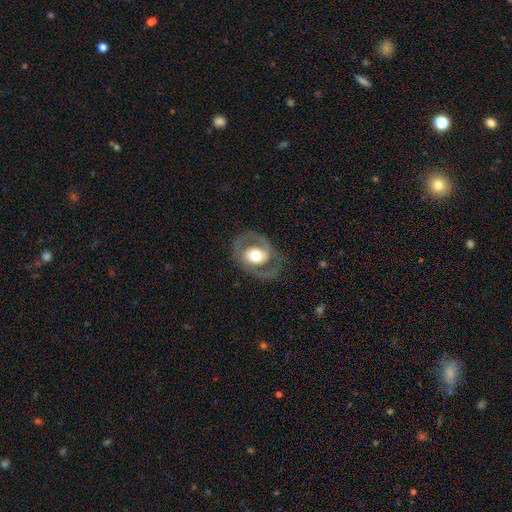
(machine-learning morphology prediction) Smooth or featured: featured or disk — 74% (smooth — 21%)
Edge-on disk: no — 96% (yes — 4%)
Bar: no — 60% (weak — 27%)
Spiral arms: yes — 68% (no — 32%)
Bulge size: moderate — 49% (large — 41%)
Merging: none — 73% (minor disturbance — 15%)